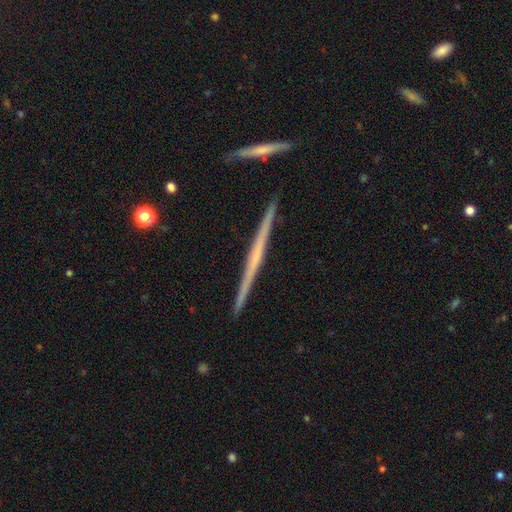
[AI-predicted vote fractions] The model was most divided on "edge-on bulge": none: 67%, rounded: 26%, boxy: 7%. More confident: edge-on disk — yes (98%); merging — none (92%); smooth or featured — featured or disk (75%).